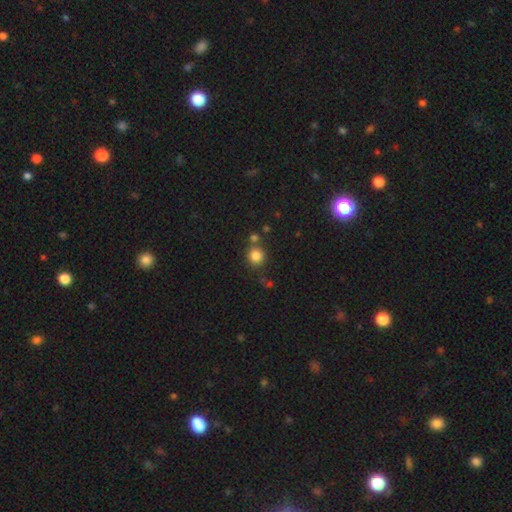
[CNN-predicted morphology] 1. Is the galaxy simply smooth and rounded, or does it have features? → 83% smooth, 12% star or artifact, 5% featured or disk.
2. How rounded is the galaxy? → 90% round, 9% in between, 1% cigar-shaped.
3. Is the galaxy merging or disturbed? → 74% none, 13% merger, 9% minor disturbance, 3% major disturbance.